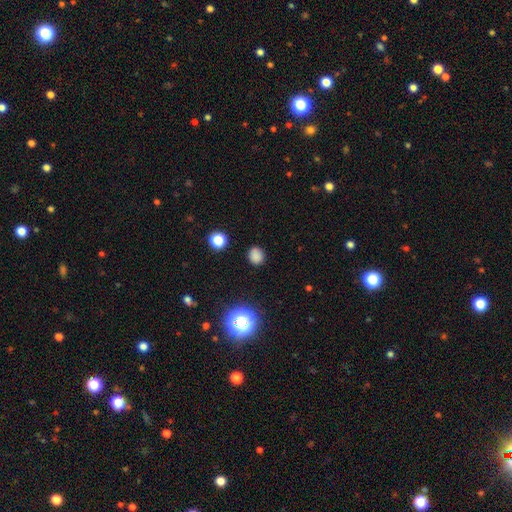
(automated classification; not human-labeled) smooth_or_featured: smooth (p=0.79) [alt: star or artifact p=0.17]
how_rounded: round (p=0.76) [alt: in between p=0.23]
merging: none (p=0.86) [alt: minor disturbance p=0.09]